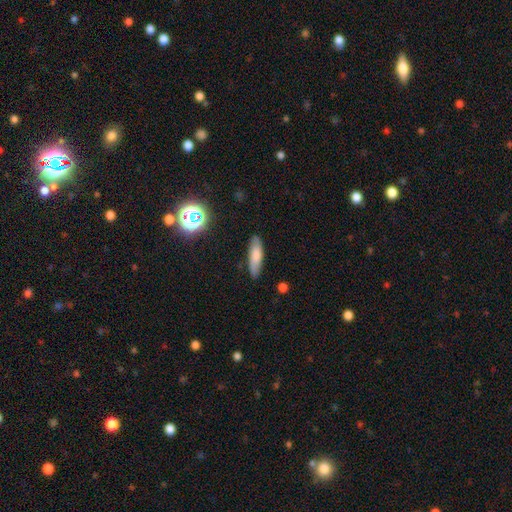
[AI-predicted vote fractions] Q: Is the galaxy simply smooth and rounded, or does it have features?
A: smooth — 76%.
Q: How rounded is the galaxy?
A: cigar-shaped — 62%.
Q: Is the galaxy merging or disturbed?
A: none — 83%.